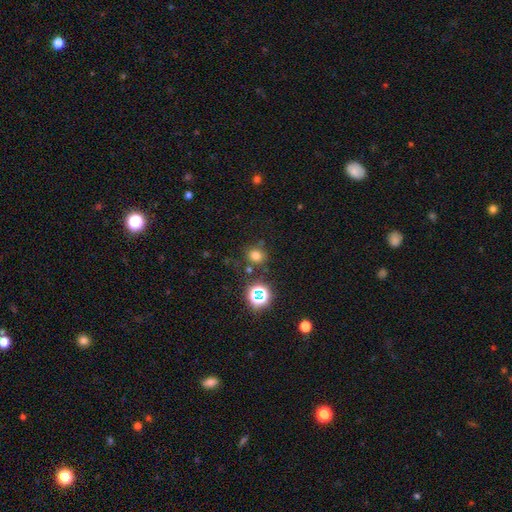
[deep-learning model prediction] Overall: smooth (69%). How rounded: round (79%). Merging: none (77%).